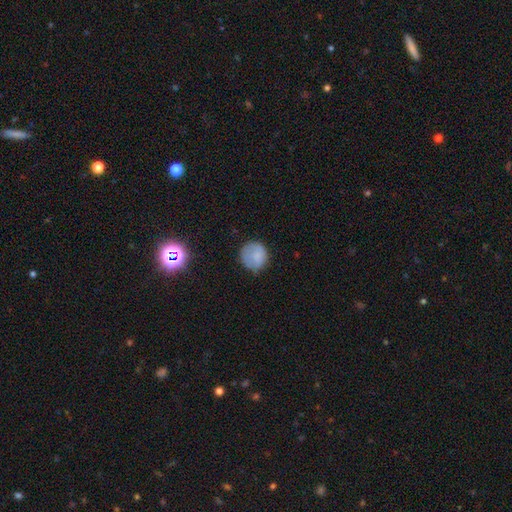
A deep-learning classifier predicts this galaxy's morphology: This is likely a smooth galaxy (80%). How rounded: clearly round (89%). Merging: likely none (70%).